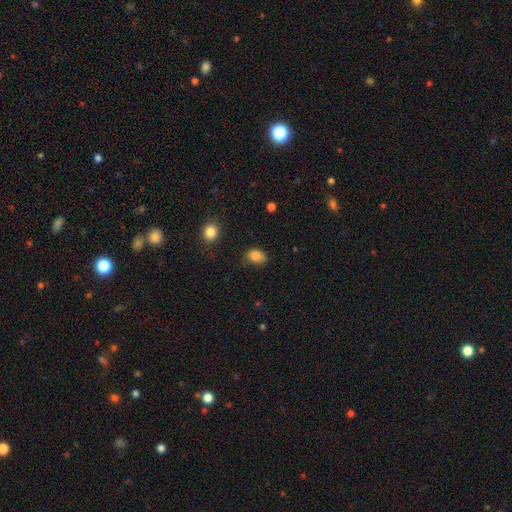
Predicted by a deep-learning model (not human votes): smooth 84%, star or artifact 10%, featured or disk 6%. Down the decision tree: how rounded — in between (74%); merging — none (75%).